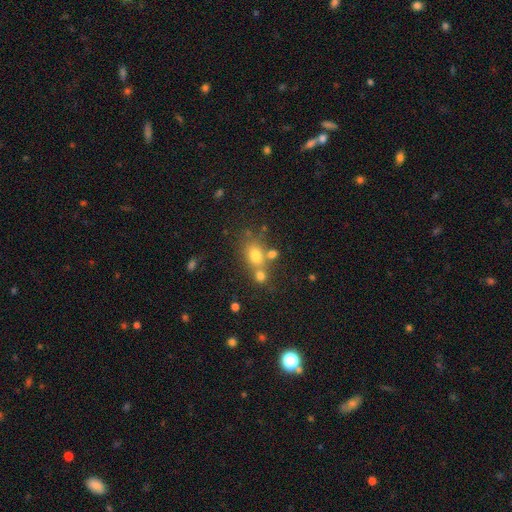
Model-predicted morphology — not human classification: Q: Smooth or featured?
A: smooth (69%); runner-up: star or artifact (17%)
Q: How rounded?
A: in between (53%); runner-up: round (45%)
Q: Merging?
A: none (49%); runner-up: merger (34%)